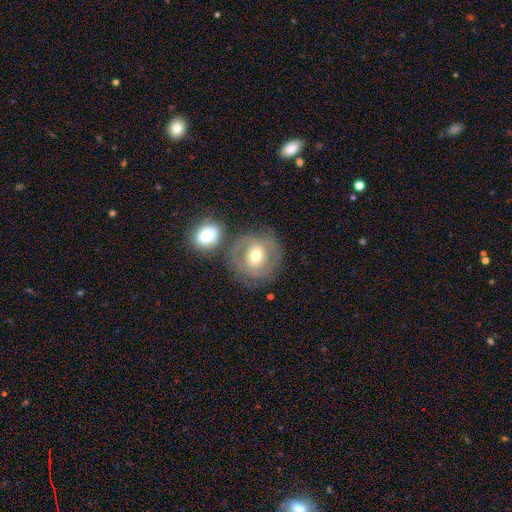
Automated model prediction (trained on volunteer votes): smooth 50%, featured or disk 42%, star or artifact 8%. Down the decision tree: merging — none (67%).